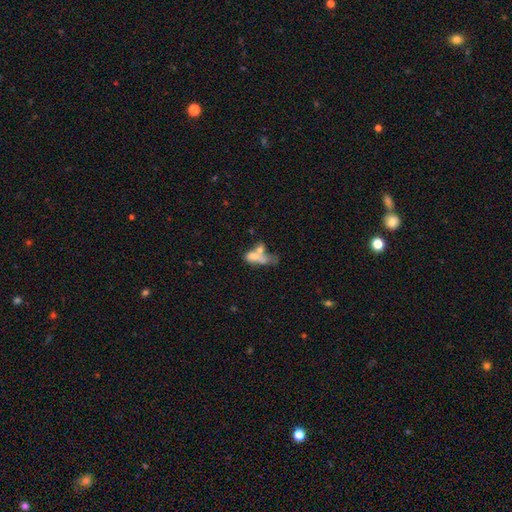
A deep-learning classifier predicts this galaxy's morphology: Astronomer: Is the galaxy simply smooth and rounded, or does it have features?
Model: smooth — 56% (runner-up: featured or disk, 33%).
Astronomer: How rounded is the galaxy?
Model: in between — 71%.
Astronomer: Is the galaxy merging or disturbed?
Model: merger — 58%.